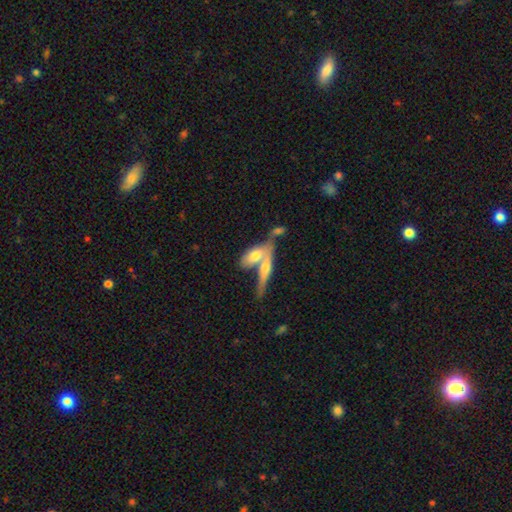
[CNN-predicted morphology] Q: Smooth or featured?
A: featured or disk (38%); runner-up: smooth (32%)
Q: Merging?
A: none (40%); runner-up: merger (37%)